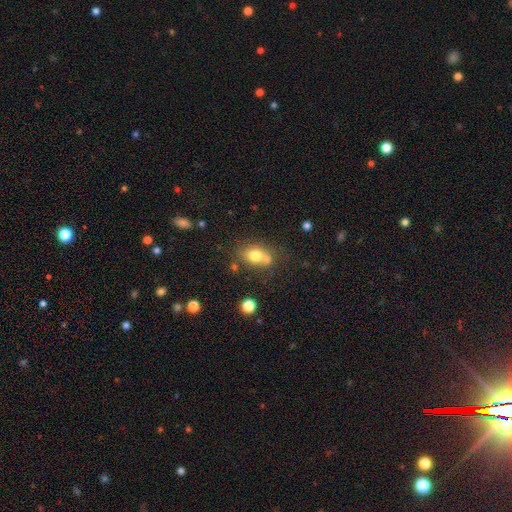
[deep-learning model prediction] Smooth or featured? Predicted: smooth (p=0.74). How rounded? Predicted: in between (p=0.69). Merging? Predicted: none (p=0.50).